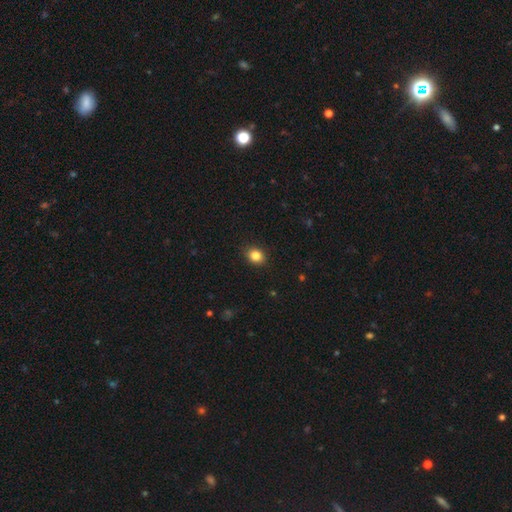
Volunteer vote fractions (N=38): Overall: smooth (89%). How rounded: round (56%; in between 44%). Merging: none (89%).